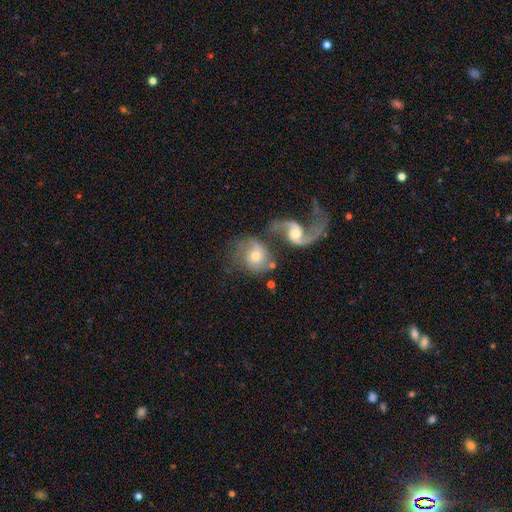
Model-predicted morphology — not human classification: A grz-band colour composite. It shows a featured or disk galaxy (64%) with no bar (59%), 2 (77%) loose (63%) spiral arms (87%) and a moderate central bulge (59%). Merging: merger (53%).